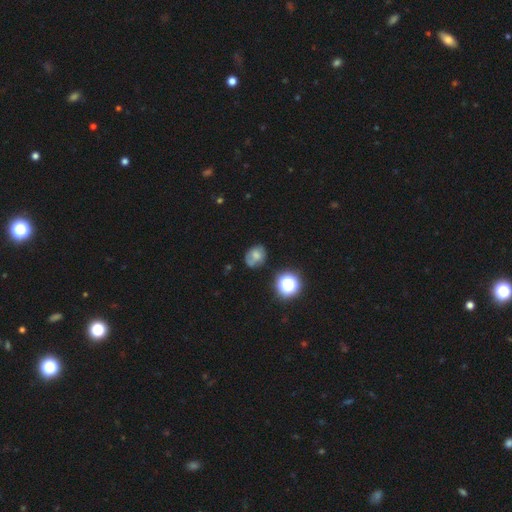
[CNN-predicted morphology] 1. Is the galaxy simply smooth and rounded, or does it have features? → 56% smooth, 28% featured or disk, 16% star or artifact.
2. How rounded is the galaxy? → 54% round, 45% in between, 1% cigar-shaped.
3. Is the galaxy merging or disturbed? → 56% none, 27% minor disturbance, 12% major disturbance, 5% merger.